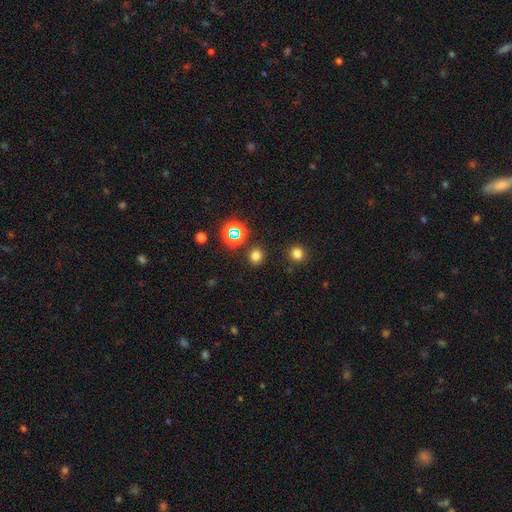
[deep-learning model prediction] Morphology: type=smooth (72%); roundness=round (83%); merging=none (88%).